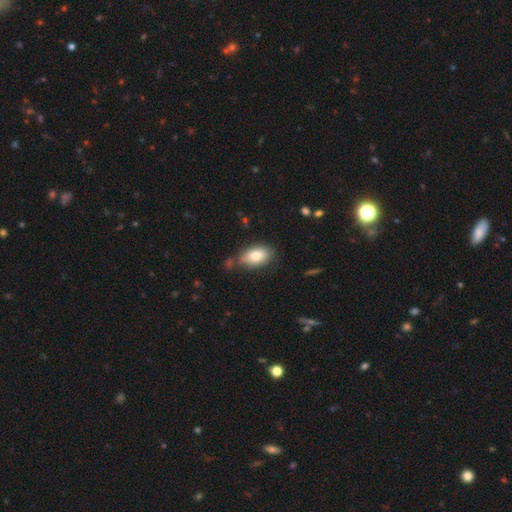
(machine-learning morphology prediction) smooth-or-featured: smooth: 82% | featured or disk: 11% | star or artifact: 7%
  how-rounded: in between: 92% | round: 5% | cigar-shaped: 3%
  merging: none: 71% | minor disturbance: 18% | merger: 7% | major disturbance: 5%